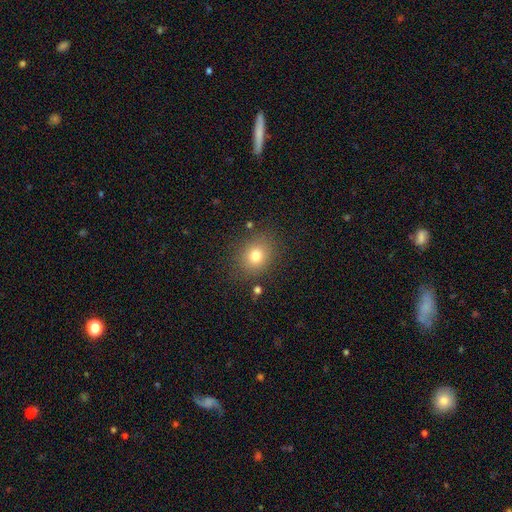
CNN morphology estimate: This is likely a smooth galaxy (76%). How rounded: likely round (67%). Merging: clearly none (83%).